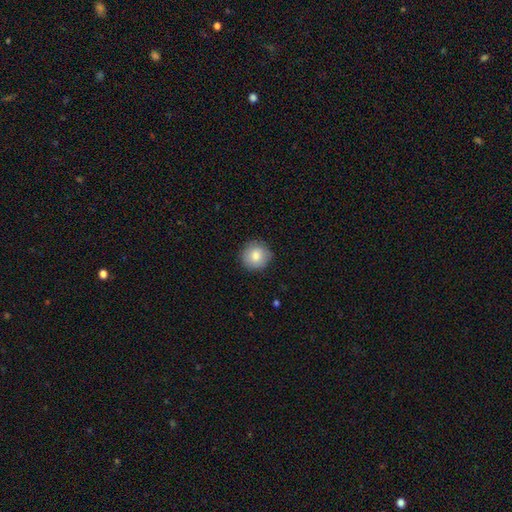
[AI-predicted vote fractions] Smooth or featured?
  - smooth: 83% *
  - featured or disk: 9%
  - star or artifact: 8%
How rounded?
  - round: 94% *
  - in between: 5%
  - cigar-shaped: 1%
Merging?
  - none: 88% *
  - minor disturbance: 9%
  - major disturbance: 2%
  - merger: 1%